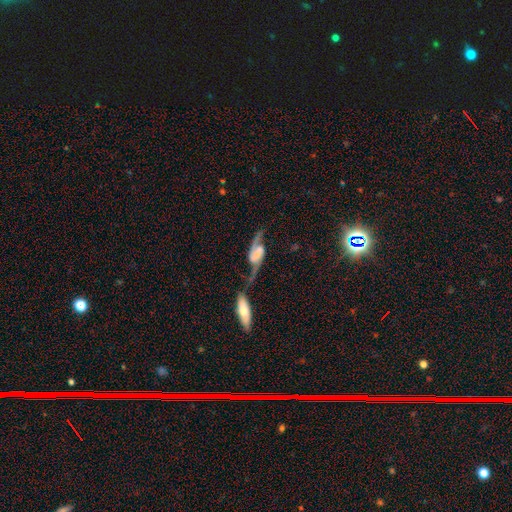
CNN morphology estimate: smooth-or-featured: featured or disk: 82% | smooth: 12% | star or artifact: 6%
  disk-edge-on: no: 91% | yes: 9%
    bar: no: 43% | weak: 36% | strong: 21%
    has-spiral-arms: yes: 93% | no: 7%
      spiral-winding: loose: 70% | medium: 23% | tight: 7%
      spiral-arm-count: 2: 91% | 1: 3% | can't tell: 3% | 3: 1% | 4: 1% | more than 4: 1%
    bulge-size: none: 41% | small: 25% | moderate: 18% | large: 12% | dominant: 4%
  merging: none: 39% | merger: 29% | minor disturbance: 17% | major disturbance: 16%